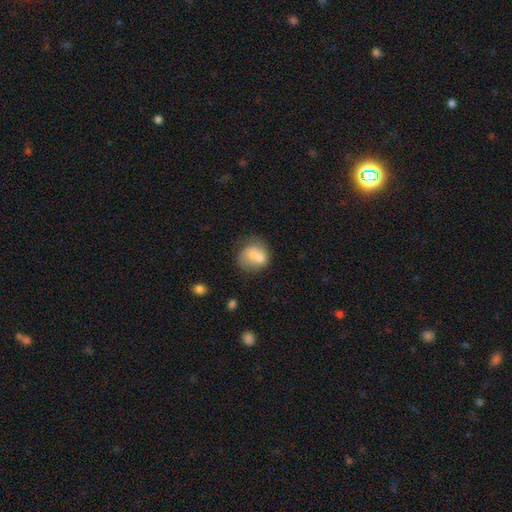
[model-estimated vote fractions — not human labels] Smooth or featured? Predicted: smooth (p=0.67). How rounded? Predicted: round (p=0.69). Merging? Predicted: merger (p=0.45).